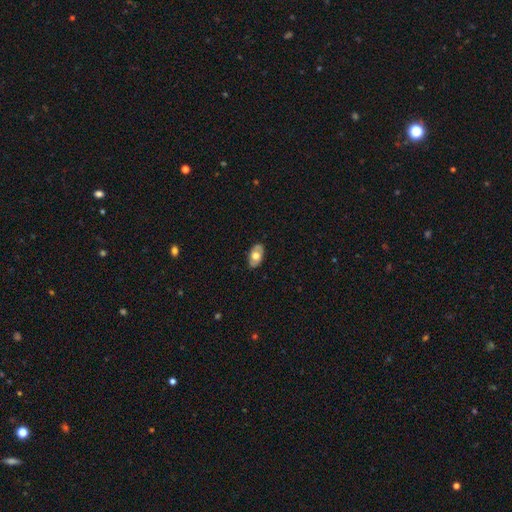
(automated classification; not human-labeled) Overall: smooth (58%; featured or disk 36%). How rounded: in between (92%). Merging: none (83%).